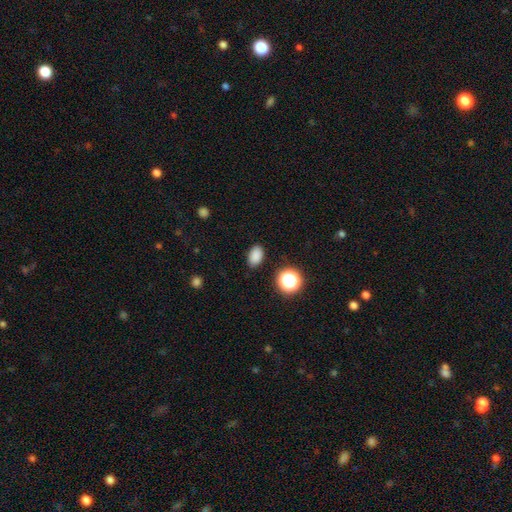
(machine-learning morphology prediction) A smooth galaxy with no disk features (85%) that is in between round and cigar-shaped (84%). Merging: none (87%).